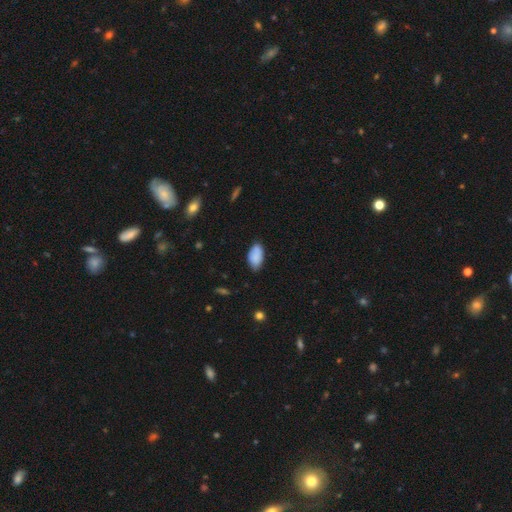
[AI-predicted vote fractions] A smooth galaxy with no disk features (87%) that is in between round and cigar-shaped (95%). Merging: none (74%).